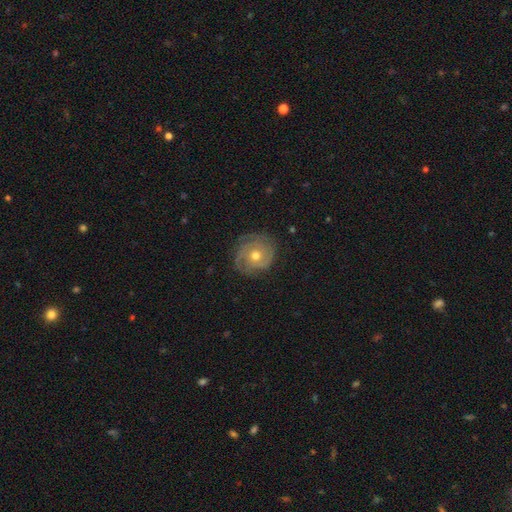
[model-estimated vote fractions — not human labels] The model was most divided on "spiral arm count": 3: 29%, can't tell: 27%, 2: 24%, 4: 8%, 1: 6%, more than 4: 5%. More confident: edge-on disk — no (97%); spiral arms — yes (92%); bar — no (82%); smooth or featured — featured or disk (79%); merging — none (77%); bulge size — moderate (74%); spiral winding — tight (71%).